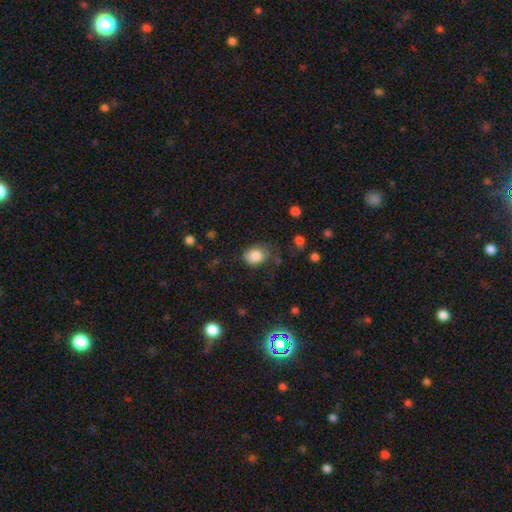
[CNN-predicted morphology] Q: Smooth or featured?
A: smooth (84%); runner-up: star or artifact (9%)
Q: How rounded?
A: in between (66%); runner-up: round (33%)
Q: Merging?
A: none (62%); runner-up: minor disturbance (26%)